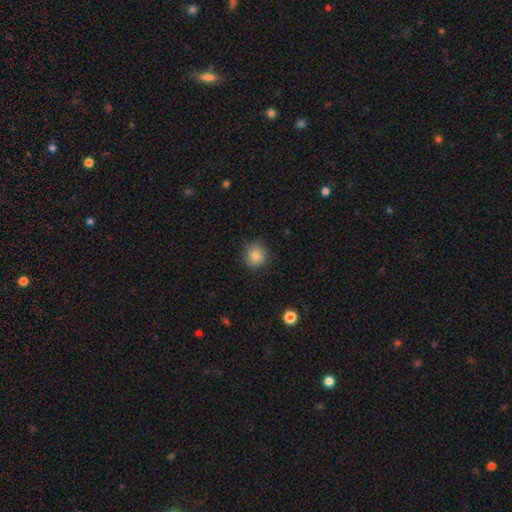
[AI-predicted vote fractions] Morphology: type=smooth (82%); roundness=round (93%); merging=none (89%).